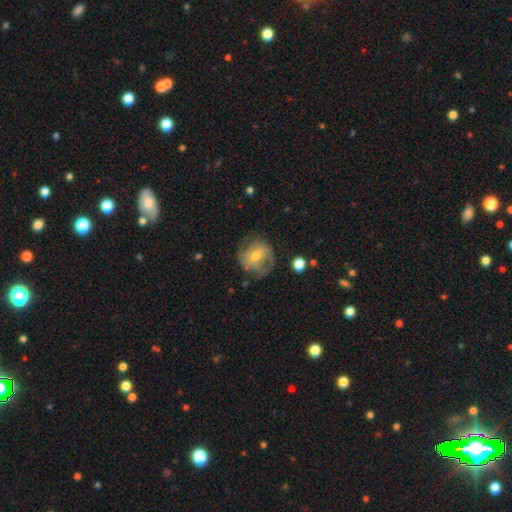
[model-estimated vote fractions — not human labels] Q: Smooth or featured?
A: featured or disk (55%); runner-up: smooth (38%)
Q: Edge-on disk?
A: no (96%); runner-up: yes (4%)
Q: Bar?
A: weak (43%); runner-up: no (35%)
Q: Spiral arms?
A: yes (68%); runner-up: no (32%)
Q: Bulge size?
A: moderate (54%); runner-up: small (37%)
Q: Merging?
A: none (60%); runner-up: minor disturbance (22%)